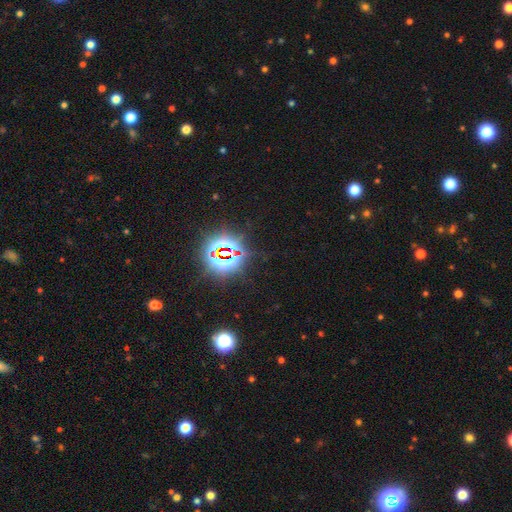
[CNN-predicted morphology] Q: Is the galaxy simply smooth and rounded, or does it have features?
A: star or artifact — 81%.